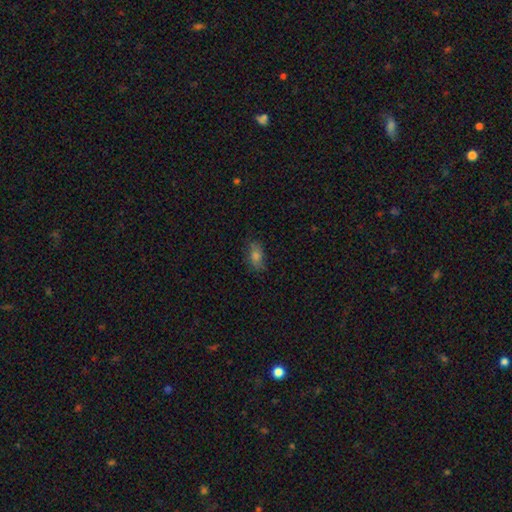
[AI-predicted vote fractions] Q: Smooth or featured?
A: smooth (65%); runner-up: featured or disk (19%)
Q: How rounded?
A: in between (79%); runner-up: cigar-shaped (11%)
Q: Merging?
A: none (74%); runner-up: minor disturbance (19%)